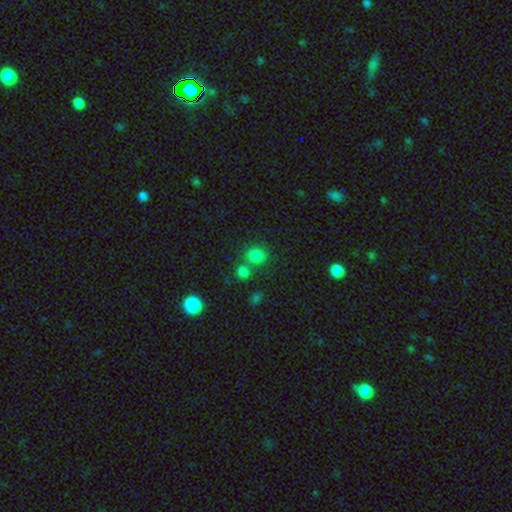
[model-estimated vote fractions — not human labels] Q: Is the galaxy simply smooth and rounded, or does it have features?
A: smooth — 79%.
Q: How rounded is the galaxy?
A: round — 78%.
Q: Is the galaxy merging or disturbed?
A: none — 63%.